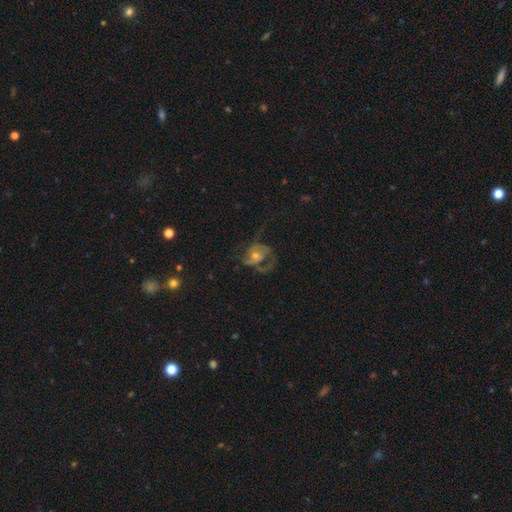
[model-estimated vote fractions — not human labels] smooth-or-featured: featured or disk: 72% | smooth: 17% | star or artifact: 11%
  disk-edge-on: no: 97% | yes: 3%
    bar: no: 74% | weak: 21% | strong: 5%
    has-spiral-arms: yes: 81% | no: 19%
      spiral-winding: medium: 47% | loose: 29% | tight: 25%
      spiral-arm-count: 2: 43% | can't tell: 22% | 3: 15% | 1: 12% | 4: 4% | more than 4: 4%
    bulge-size: small: 48% | moderate: 44% | large: 4% | none: 3% | dominant: 1%
  merging: none: 44% | major disturbance: 37% | minor disturbance: 18% | merger: 2%